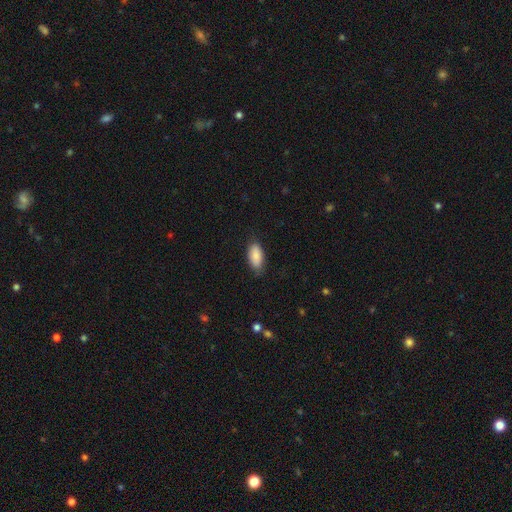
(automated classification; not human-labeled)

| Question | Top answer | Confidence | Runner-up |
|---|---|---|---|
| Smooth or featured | smooth | 88% | featured or disk (6%) |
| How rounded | in between | 92% | cigar-shaped (6%) |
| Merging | none | 78% | minor disturbance (17%) |